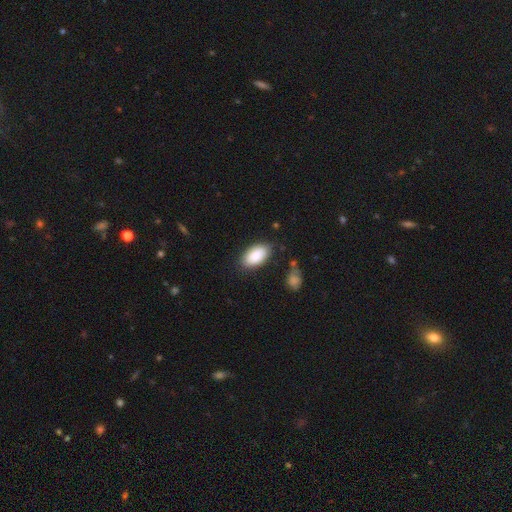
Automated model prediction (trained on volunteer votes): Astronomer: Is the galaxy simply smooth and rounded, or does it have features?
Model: smooth — 89%.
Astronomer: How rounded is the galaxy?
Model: in between — 95%.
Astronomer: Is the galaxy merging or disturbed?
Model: none — 81%.